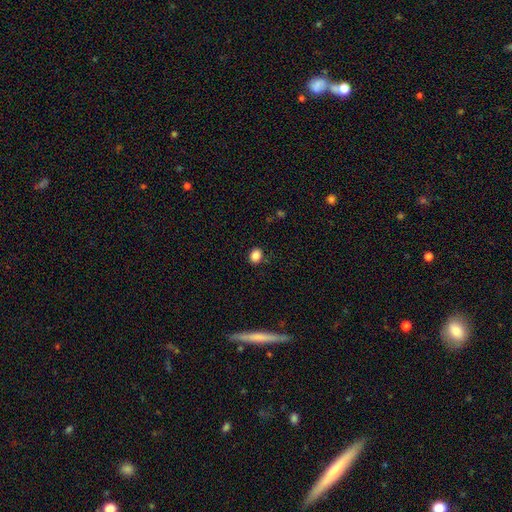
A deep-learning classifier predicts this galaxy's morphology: Smooth or featured?
  - smooth: 85% *
  - star or artifact: 10%
  - featured or disk: 4%
How rounded?
  - in between: 58% *
  - round: 41%
  - cigar-shaped: 1%
Merging?
  - none: 85% *
  - minor disturbance: 11%
  - major disturbance: 3%
  - merger: 1%